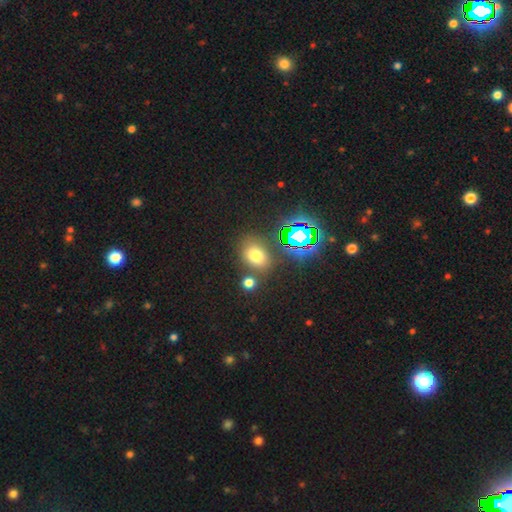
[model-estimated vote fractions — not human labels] Morphology: type=smooth (66%); roundness=in between (61%); merging=none (76%).